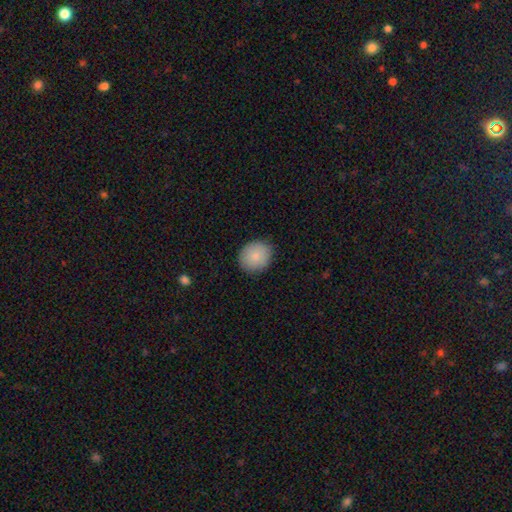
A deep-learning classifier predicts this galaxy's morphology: Q: Smooth or featured?
A: smooth (87%); runner-up: star or artifact (7%)
Q: How rounded?
A: round (74%); runner-up: in between (25%)
Q: Merging?
A: none (88%); runner-up: minor disturbance (9%)